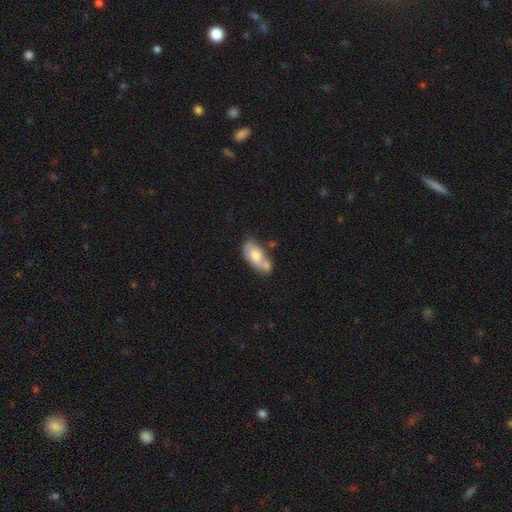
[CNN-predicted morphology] Smooth or featured? smooth (61%)
How rounded? in between (89%)
Merging? merger (41%)